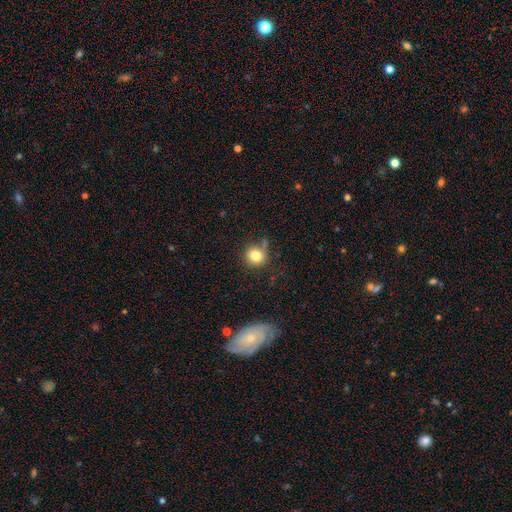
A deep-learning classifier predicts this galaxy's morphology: type=smooth (81%); roundness=round (87%); merging=none (69%).